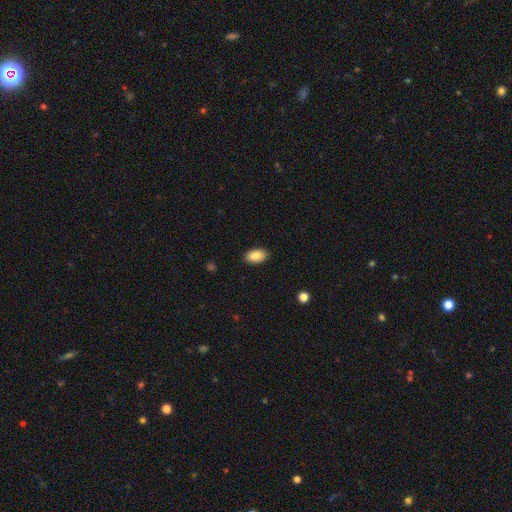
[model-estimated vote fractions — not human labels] smooth 87%, star or artifact 7%, featured or disk 6%. Down the decision tree: how rounded — in between (93%); merging — none (88%).